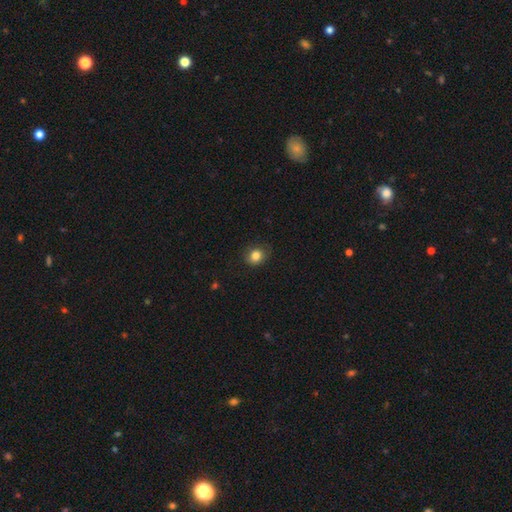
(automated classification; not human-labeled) Smooth or featured? smooth (84%)
How rounded? round (75%)
Merging? none (81%)